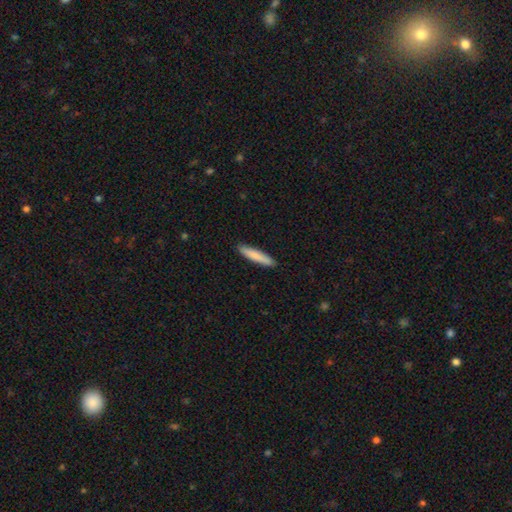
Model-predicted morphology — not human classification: smooth_or_featured: smooth (p=0.82) [alt: featured or disk p=0.12]
how_rounded: cigar-shaped (p=0.90) [alt: in between p=0.09]
merging: none (p=0.91) [alt: minor disturbance p=0.07]